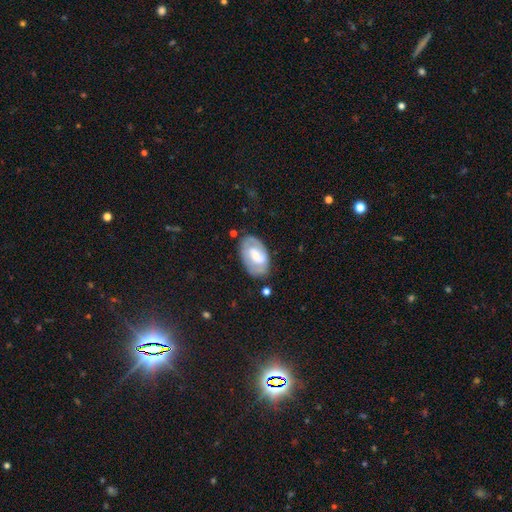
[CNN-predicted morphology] This appears to be a featured or disk galaxy (63%) with a weak bar (46%), spiral arms (71%) and a moderate central bulge (49%). Merging: none (72%).